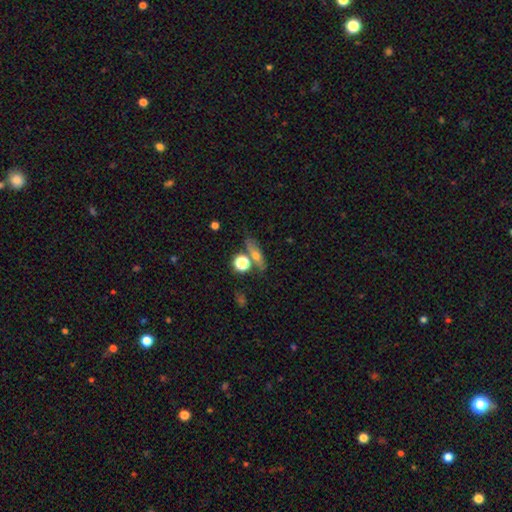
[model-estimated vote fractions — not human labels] Smooth or featured? smooth (55%)
How rounded? cigar-shaped (43%)
Merging? none (70%)